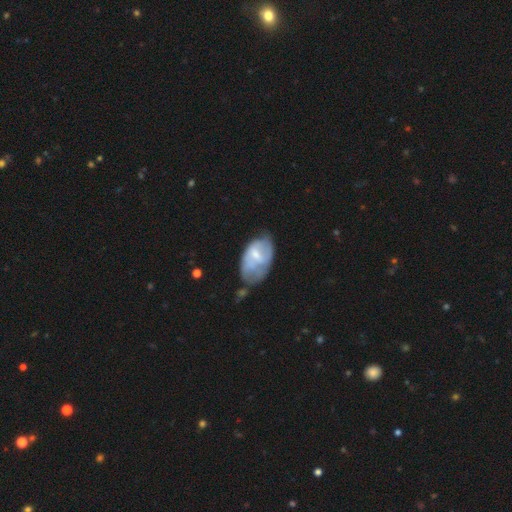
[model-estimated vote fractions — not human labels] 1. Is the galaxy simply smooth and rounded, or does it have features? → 48% smooth, 46% featured or disk, 7% star or artifact.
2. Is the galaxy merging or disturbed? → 36% minor disturbance, 35% none, 22% major disturbance, 7% merger.